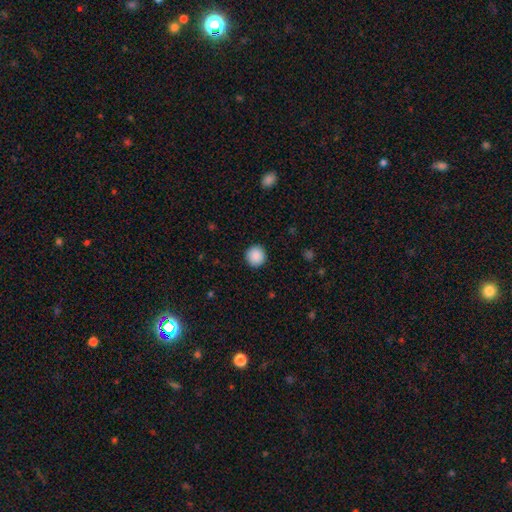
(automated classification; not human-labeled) Smooth or featured: smooth — 89% (star or artifact — 8%)
How rounded: round — 95% (in between — 4%)
Merging: none — 92% (minor disturbance — 5%)